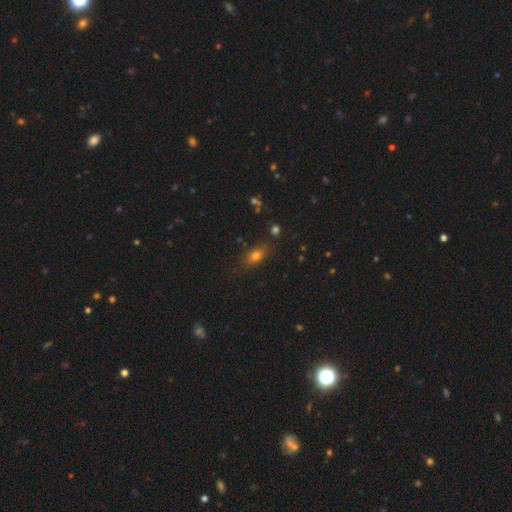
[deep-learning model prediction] smooth 74%, star or artifact 16%, featured or disk 10%. Down the decision tree: how rounded — in between (72%); merging — none (78%).